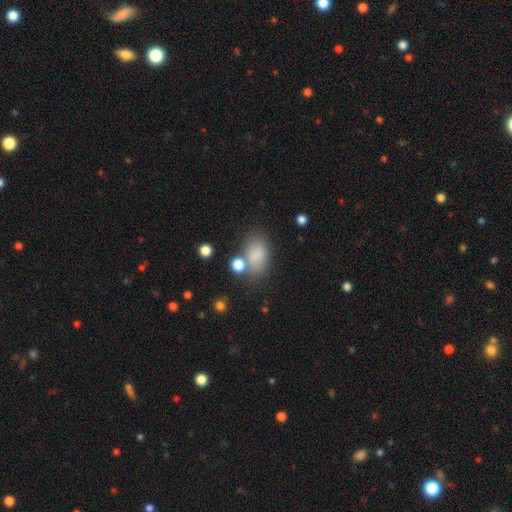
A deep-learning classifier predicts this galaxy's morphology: smooth_or_featured: smooth (p=0.81) [alt: star or artifact p=0.11]
how_rounded: in between (p=0.86) [alt: round p=0.12]
merging: none (p=0.63) [alt: minor disturbance p=0.18]